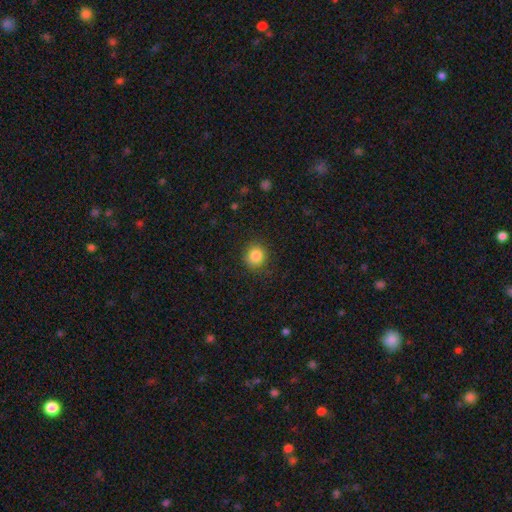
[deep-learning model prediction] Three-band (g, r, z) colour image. It shows a smooth galaxy with no disk features (85%) that is round (90%). Merging: none (87%).